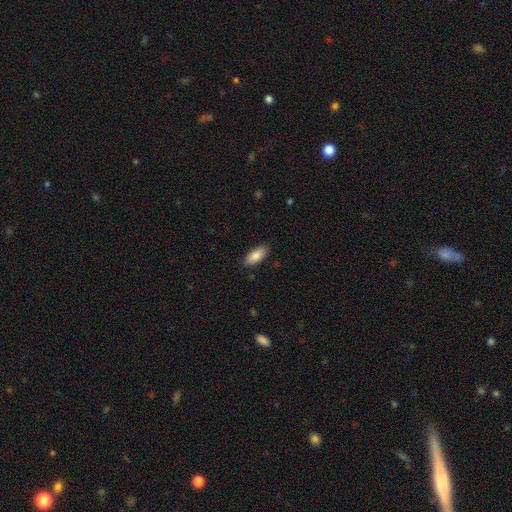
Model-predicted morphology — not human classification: Smooth or featured?
  - smooth: 87% *
  - featured or disk: 7%
  - star or artifact: 6%
How rounded?
  - in between: 87% *
  - cigar-shaped: 12%
  - round: 2%
Merging?
  - none: 88% *
  - minor disturbance: 9%
  - major disturbance: 2%
  - merger: 1%